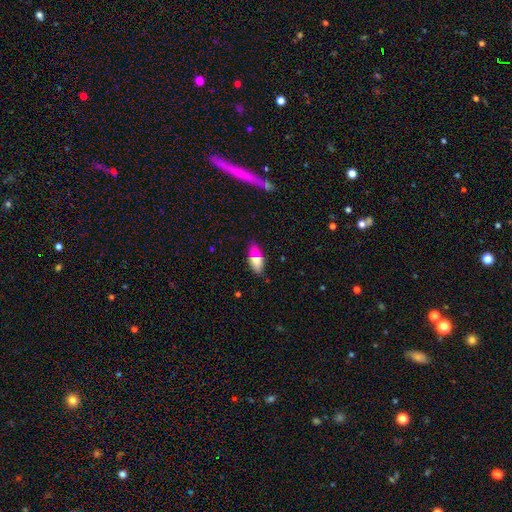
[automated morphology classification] Smooth or featured? Predicted: smooth (p=0.73). How rounded? Predicted: in between (p=0.79). Merging? Predicted: none (p=0.77).